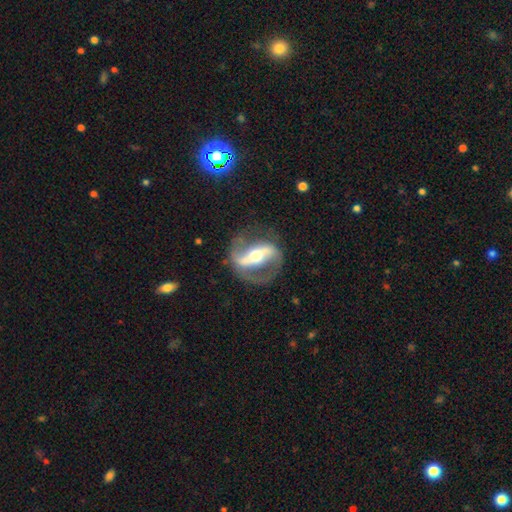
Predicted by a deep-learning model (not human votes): Overall: featured or disk (86%). Edge-on disk: no (89%). Bar: strong (73%). Spiral arms: yes (84%). Spiral arm count: 2 (89%). Spiral winding: medium (46%; loose 35%). Bulge size: moderate (63%; small 23%). Merging: none (73%).